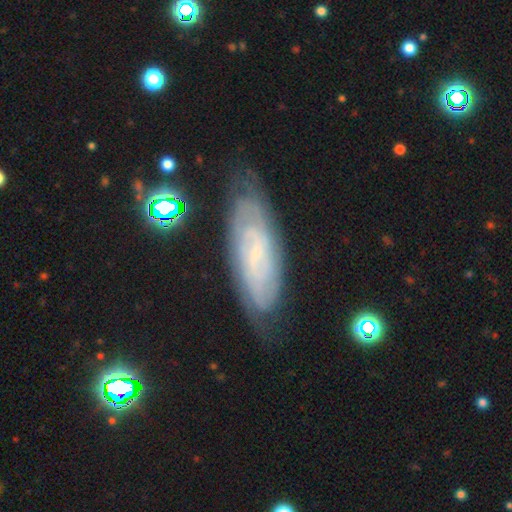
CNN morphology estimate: The model was most divided on "bar": no: 44%, weak: 41%, strong: 14%. More confident: spiral arms — yes (90%); edge-on disk — no (84%); merging — none (76%); bulge size — small (74%); smooth or featured — featured or disk (71%); spiral winding — tight (65%); spiral arm count — can't tell (52%).